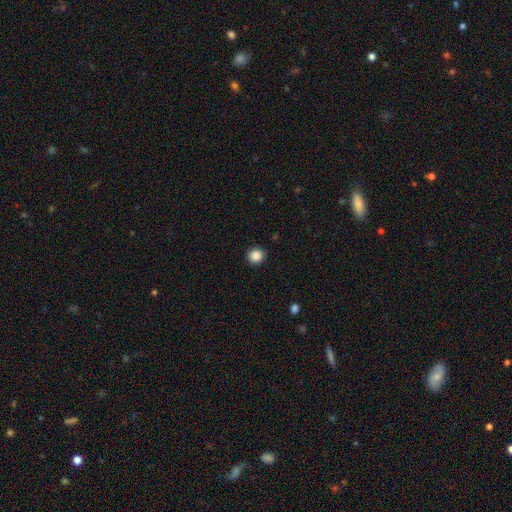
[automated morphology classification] This is clearly a smooth galaxy (87%). How rounded: clearly round (91%). Merging: clearly none (90%).